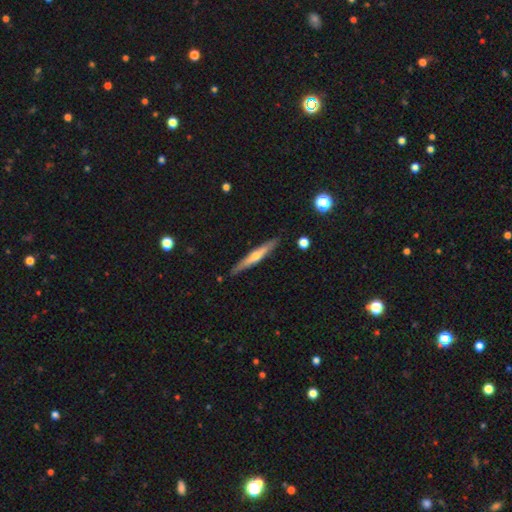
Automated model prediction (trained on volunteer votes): featured or disk 59%, smooth 35%, star or artifact 6%. Down the decision tree: edge-on disk — yes (96%); edge-on bulge — rounded (75%); merging — none (89%).